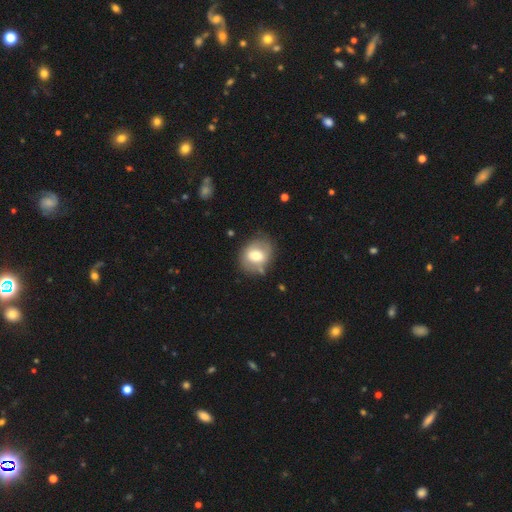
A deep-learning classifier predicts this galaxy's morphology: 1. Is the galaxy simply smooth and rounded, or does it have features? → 64% smooth, 29% featured or disk, 8% star or artifact.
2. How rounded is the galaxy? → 55% round, 44% in between, 1% cigar-shaped.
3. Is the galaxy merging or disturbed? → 68% none, 21% minor disturbance, 7% major disturbance, 5% merger.